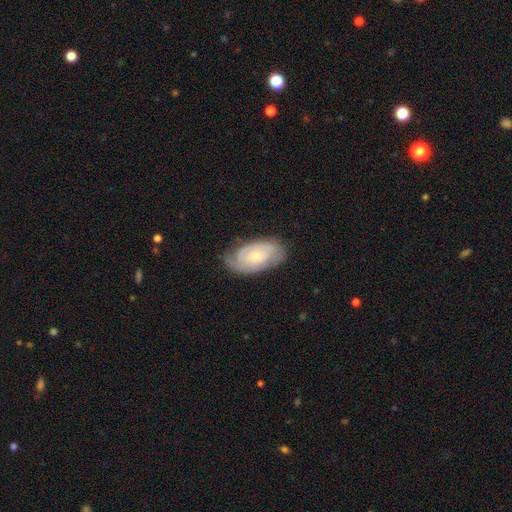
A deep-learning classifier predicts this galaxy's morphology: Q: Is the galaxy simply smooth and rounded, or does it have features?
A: featured or disk — 70%.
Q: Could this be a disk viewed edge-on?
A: no — 95%.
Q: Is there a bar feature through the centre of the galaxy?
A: no — 76%.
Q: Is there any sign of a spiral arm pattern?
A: yes — 86%.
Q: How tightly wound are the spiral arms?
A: tight — 62%.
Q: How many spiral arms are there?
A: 2 — 42%.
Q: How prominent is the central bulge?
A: small — 62%.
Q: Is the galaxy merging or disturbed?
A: none — 72%.